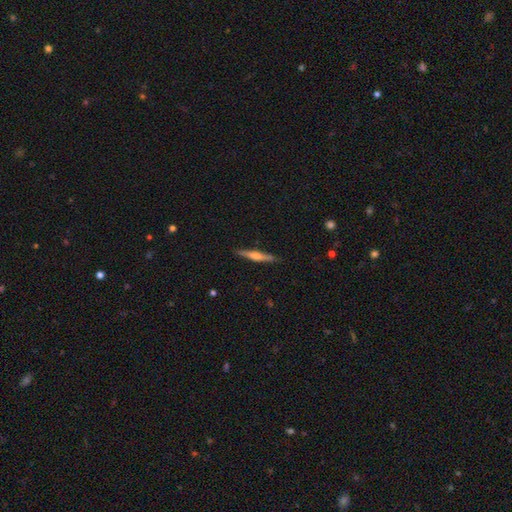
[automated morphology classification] This is likely a featured or disk galaxy (65%). It is clearly viewed edge-on (97%). Edge-on bulge: clearly rounded (80%). Merging: clearly none (90%).